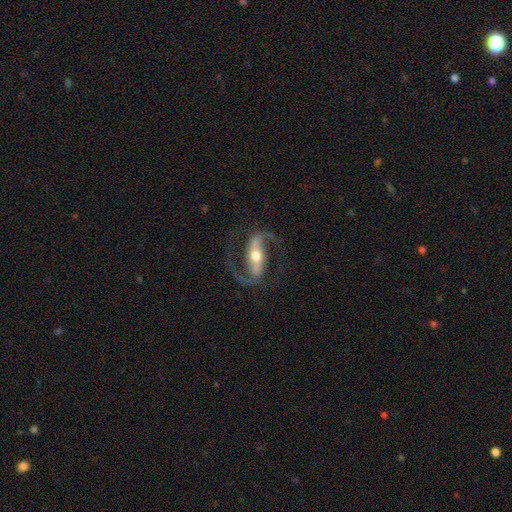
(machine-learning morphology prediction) Overall: featured or disk (92%). Edge-on disk: no (95%). Bar: strong (67%). Spiral arms: yes (97%). Spiral arm count: 2 (94%). Spiral winding: medium (57%; loose 30%). Bulge size: moderate (67%). Merging: none (80%).